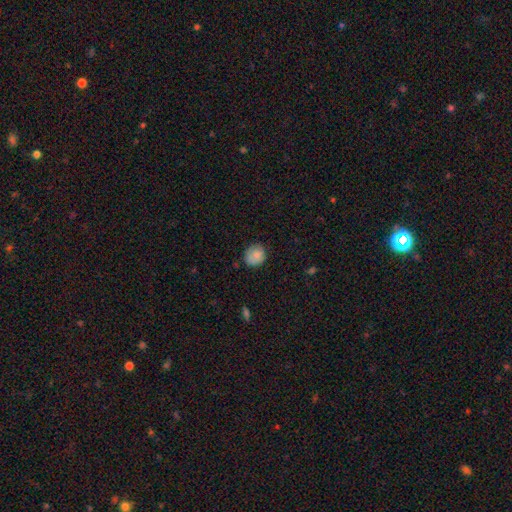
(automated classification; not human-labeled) Smooth or featured? smooth (81%)
How rounded? round (77%)
Merging? none (75%)